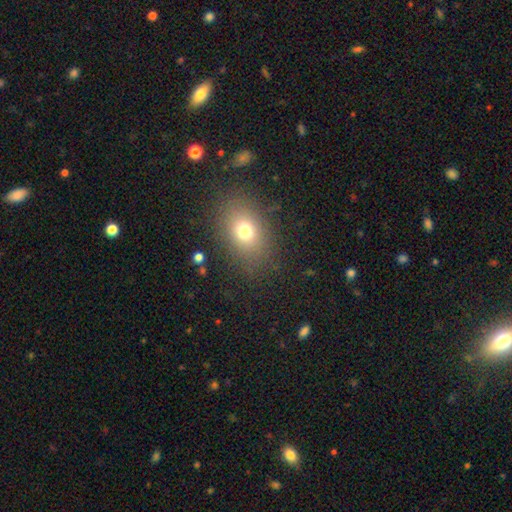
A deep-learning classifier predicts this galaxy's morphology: Smooth or featured?
  - smooth: 72% *
  - star or artifact: 17%
  - featured or disk: 12%
How rounded?
  - in between: 71% *
  - round: 27%
  - cigar-shaped: 2%
Merging?
  - none: 86% *
  - minor disturbance: 9%
  - major disturbance: 3%
  - merger: 2%